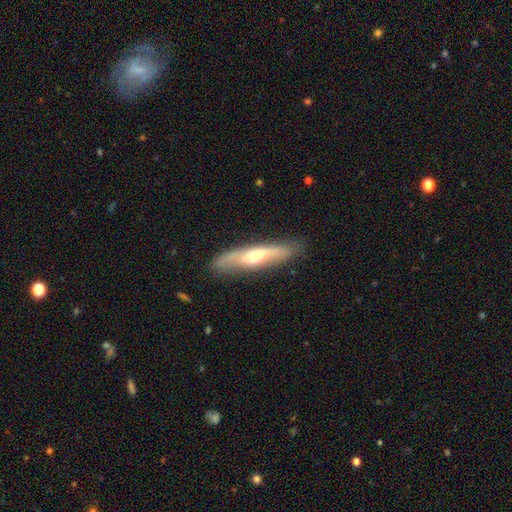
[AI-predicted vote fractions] Overall: featured or disk (51%; smooth 44%). Edge-on disk: yes (64%; no 36%). Merging: none (79%).